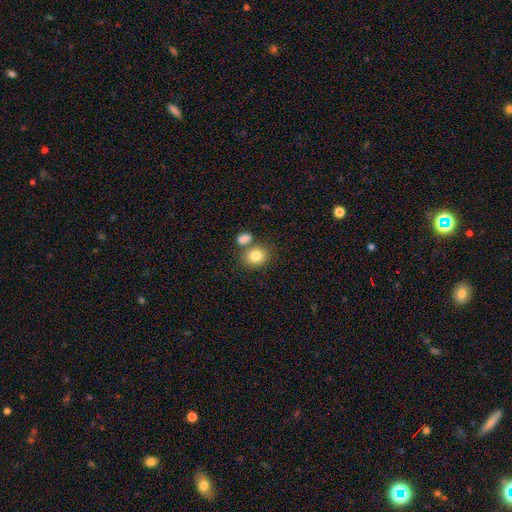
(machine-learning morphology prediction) smooth_or_featured: smooth (p=0.82) [alt: star or artifact p=0.09]
how_rounded: round (p=0.59) [alt: in between p=0.40]
merging: none (p=0.58) [alt: merger p=0.28]